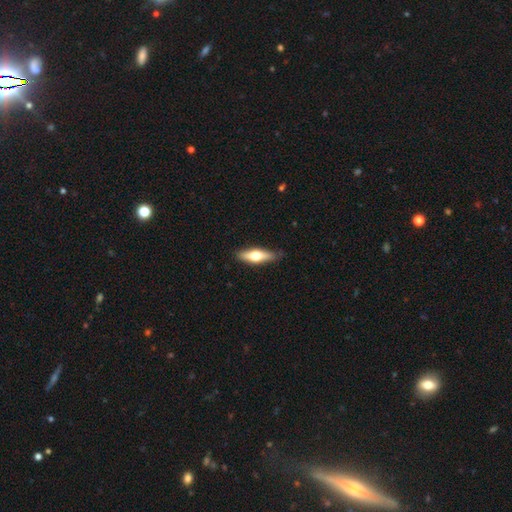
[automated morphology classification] Smooth or featured? smooth (48%)
Merging? none (84%)